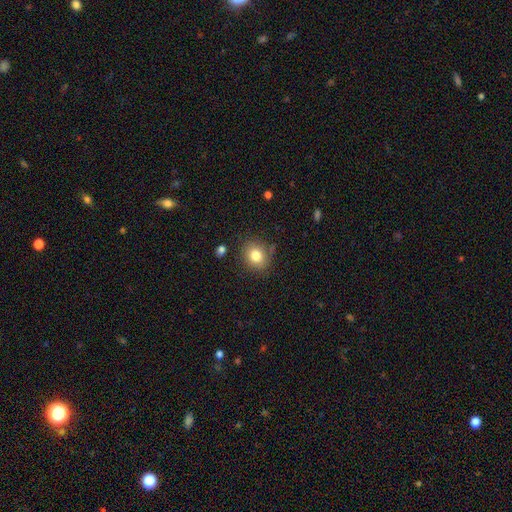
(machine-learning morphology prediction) smooth-or-featured: smooth: 80% | star or artifact: 11% | featured or disk: 9%
  how-rounded: round: 65% | in between: 34% | cigar-shaped: 1%
  merging: none: 82% | minor disturbance: 12% | major disturbance: 3% | merger: 3%